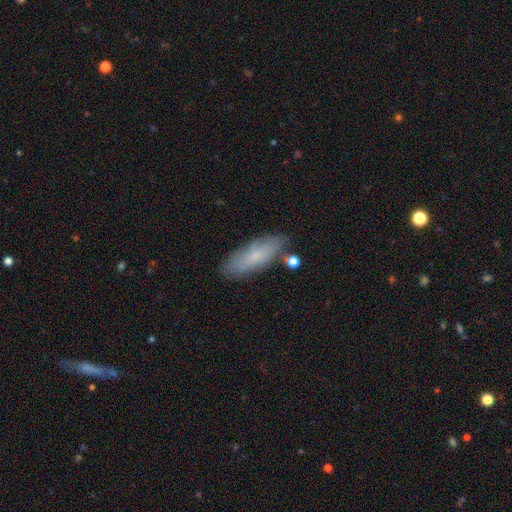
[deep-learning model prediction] Smooth or featured? Predicted: smooth (p=0.70). How rounded? Predicted: in between (p=0.63). Merging? Predicted: none (p=0.78).